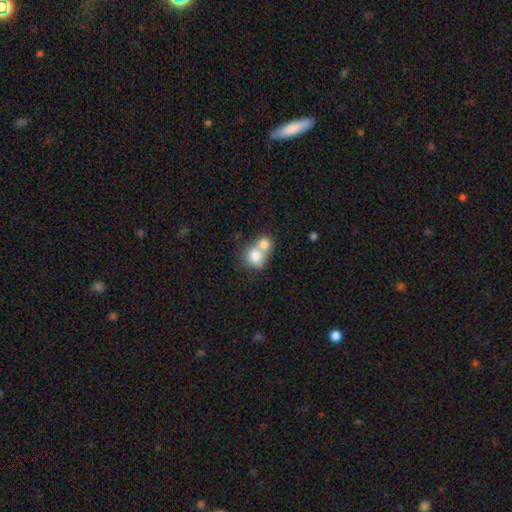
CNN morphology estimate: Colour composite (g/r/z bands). It shows a smooth galaxy with no disk features (77%) that is round (75%). Merging: merger (67%).